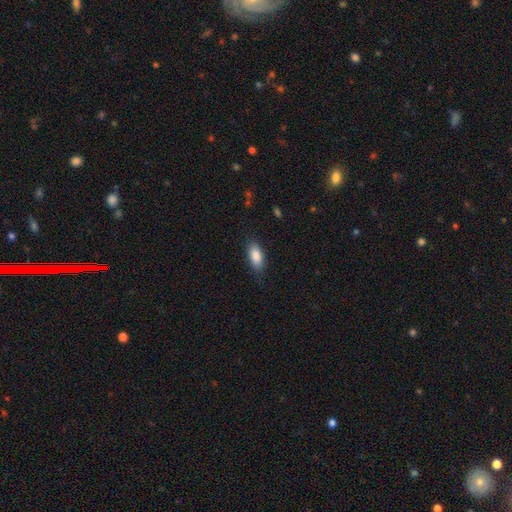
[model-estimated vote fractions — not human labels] smooth-or-featured: smooth: 87% | star or artifact: 7% | featured or disk: 6%
  how-rounded: in between: 88% | cigar-shaped: 9% | round: 3%
  merging: none: 79% | minor disturbance: 16% | major disturbance: 4% | merger: 1%